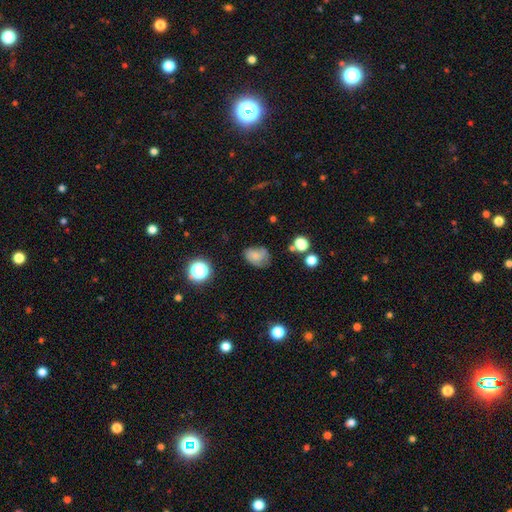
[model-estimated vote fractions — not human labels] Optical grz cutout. It shows a smooth galaxy with no disk features (67%) that is in between round and cigar-shaped (69%). Merging: none (53%).